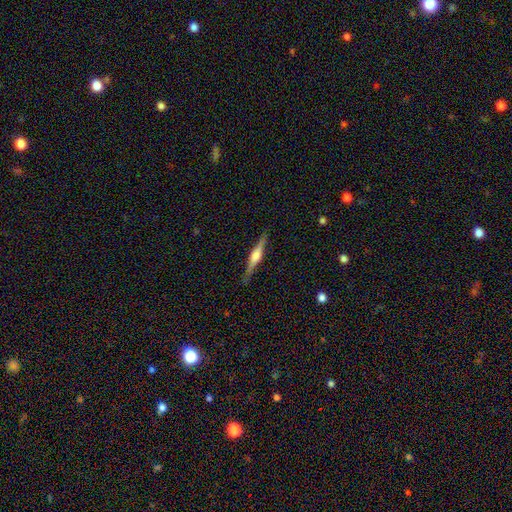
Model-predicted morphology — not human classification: This appears to be a featured or disk galaxy (72%) viewed edge-on (98%) with a rounded central bulge (80%). Merging: none (88%).